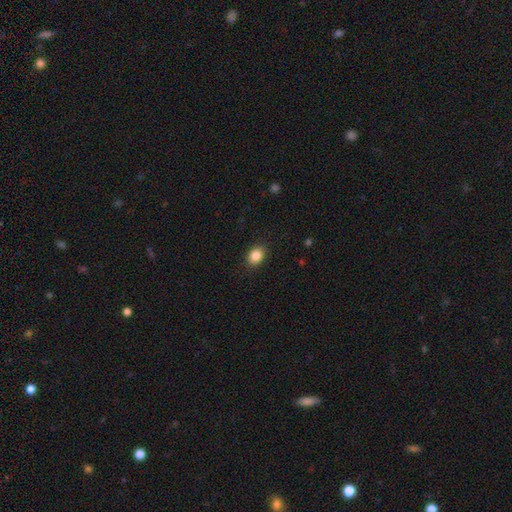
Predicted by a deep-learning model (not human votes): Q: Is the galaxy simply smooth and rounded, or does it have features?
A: smooth — 86%.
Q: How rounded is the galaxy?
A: in between — 62%.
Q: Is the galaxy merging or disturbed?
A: none — 89%.